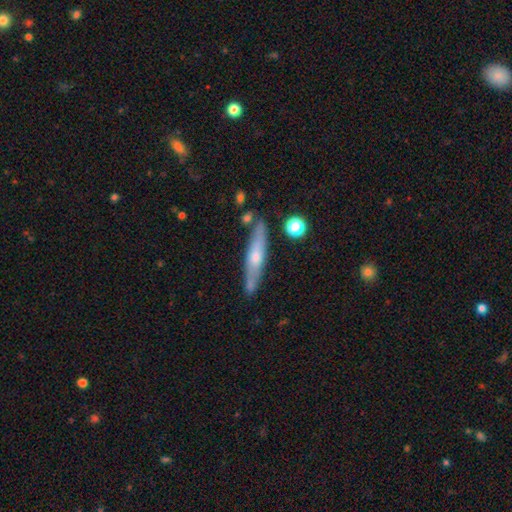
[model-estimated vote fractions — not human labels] Q: Smooth or featured?
A: featured or disk (51%); runner-up: smooth (43%)
Q: Edge-on disk?
A: yes (87%); runner-up: no (13%)
Q: Merging?
A: none (80%); runner-up: minor disturbance (13%)